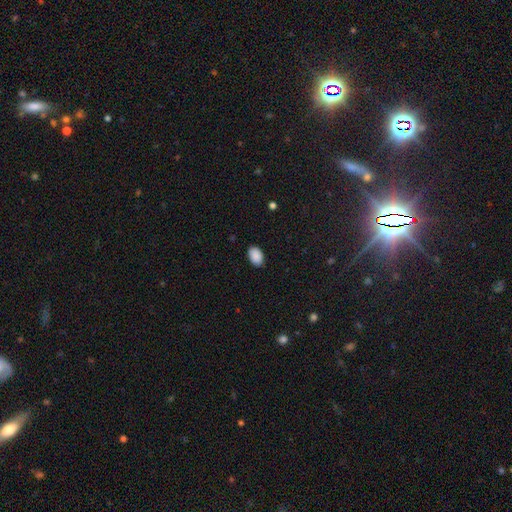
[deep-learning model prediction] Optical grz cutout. It shows a smooth galaxy with no disk features (90%) that is in between round and cigar-shaped (88%). Merging: none (88%).